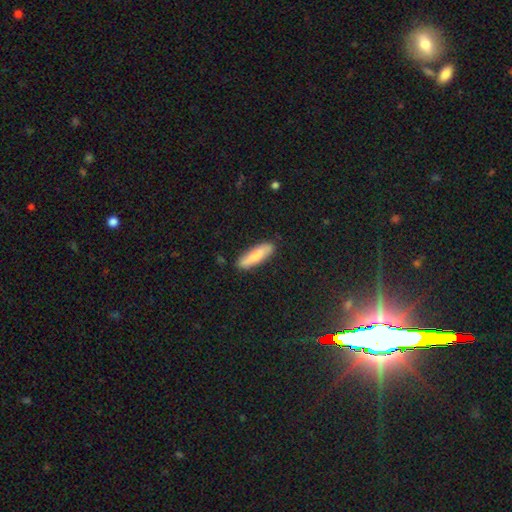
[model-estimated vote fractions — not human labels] smooth-or-featured: smooth: 79% | featured or disk: 16% | star or artifact: 5%
  how-rounded: cigar-shaped: 67% | in between: 32% | round: 2%
  merging: none: 85% | minor disturbance: 11% | major disturbance: 2% | merger: 1%